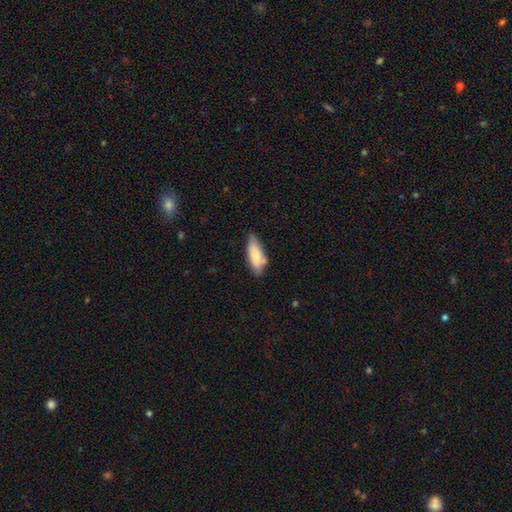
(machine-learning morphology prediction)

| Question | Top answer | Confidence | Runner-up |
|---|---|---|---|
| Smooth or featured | smooth | 75% | featured or disk (19%) |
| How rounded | in between | 70% | cigar-shaped (28%) |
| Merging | none | 61% | minor disturbance (28%) |